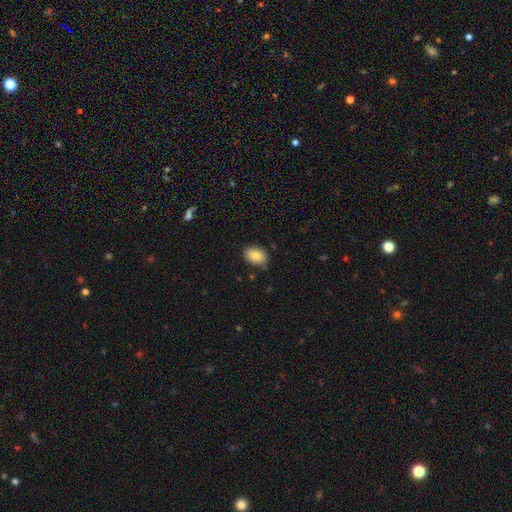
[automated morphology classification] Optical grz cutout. It shows a smooth galaxy with no disk features (85%) that is in between round and cigar-shaped (82%). Merging: none (82%).